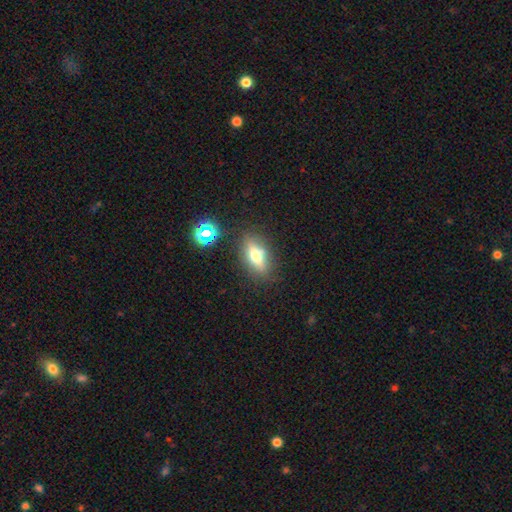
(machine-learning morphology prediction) This is possibly a smooth galaxy (47%). Merging: clearly none (82%).